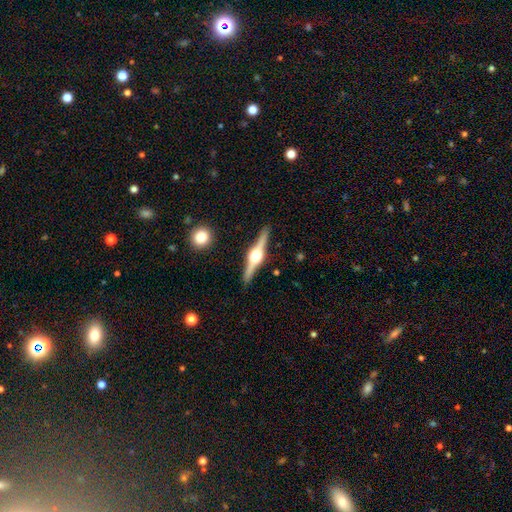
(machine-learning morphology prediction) The model was most divided on "smooth or featured": featured or disk: 86%, smooth: 10%, star or artifact: 5%. More confident: edge-on disk — yes (98%); edge-on bulge — rounded (95%); merging — none (90%).